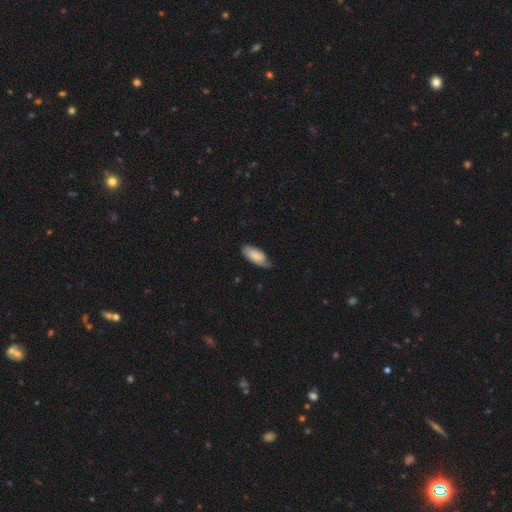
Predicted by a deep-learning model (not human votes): Smooth or featured: smooth — 74% (featured or disk — 20%)
How rounded: in between — 87% (cigar-shaped — 11%)
Merging: none — 59% (minor disturbance — 33%)